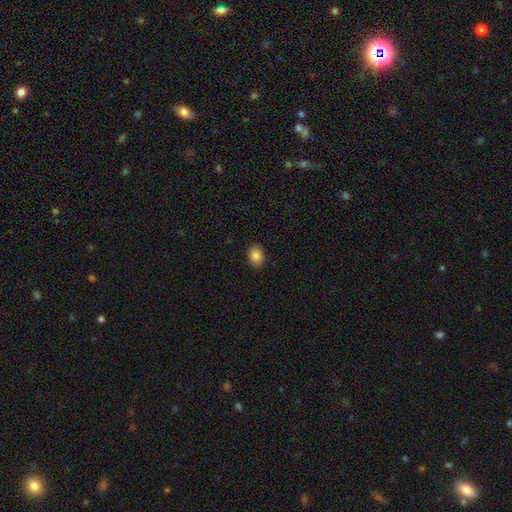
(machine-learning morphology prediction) smooth-or-featured: smooth: 86% | star or artifact: 9% | featured or disk: 5%
  how-rounded: in between: 67% | round: 32% | cigar-shaped: 1%
  merging: none: 89% | minor disturbance: 8% | major disturbance: 2% | merger: 1%